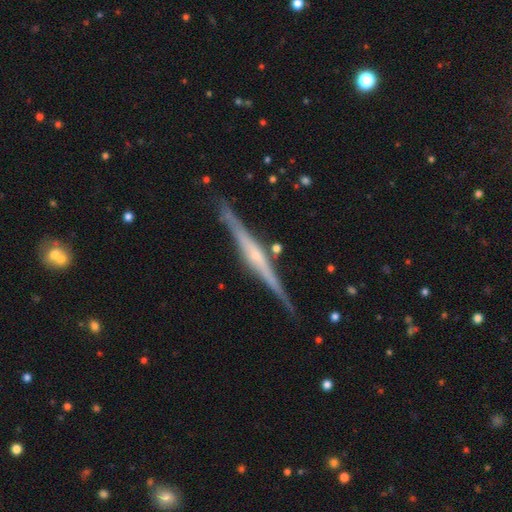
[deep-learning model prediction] Overall: featured or disk (83%). Edge-on disk: yes (98%). Edge-on bulge: rounded (60%; none 24%). Merging: none (87%).